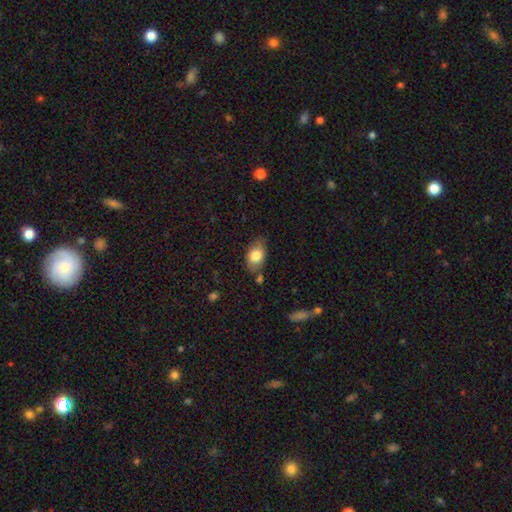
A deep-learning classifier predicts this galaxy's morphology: smooth 79%, featured or disk 13%, star or artifact 8%. Down the decision tree: how rounded — in between (88%); merging — none (71%).